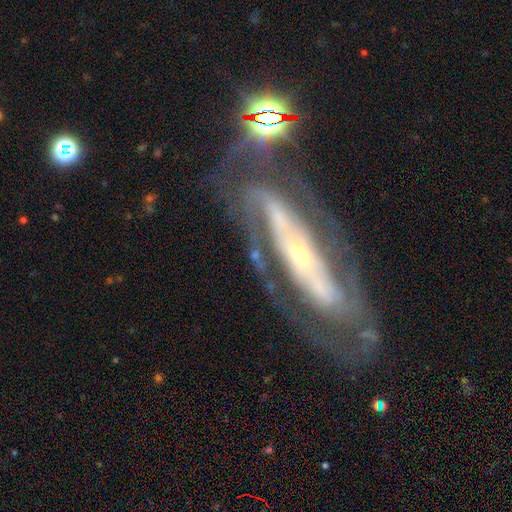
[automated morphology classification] Q: Smooth or featured?
A: featured or disk (80%); runner-up: smooth (12%)
Q: Edge-on disk?
A: no (82%); runner-up: yes (18%)
Q: Bar?
A: strong (49%); runner-up: no (28%)
Q: Spiral arms?
A: yes (82%); runner-up: no (18%)
Q: Spiral winding?
A: medium (40%); runner-up: tight (37%)
Q: Spiral arm count?
A: 2 (65%); runner-up: can't tell (17%)
Q: Bulge size?
A: small (55%); runner-up: moderate (36%)
Q: Merging?
A: none (52%); runner-up: major disturbance (21%)